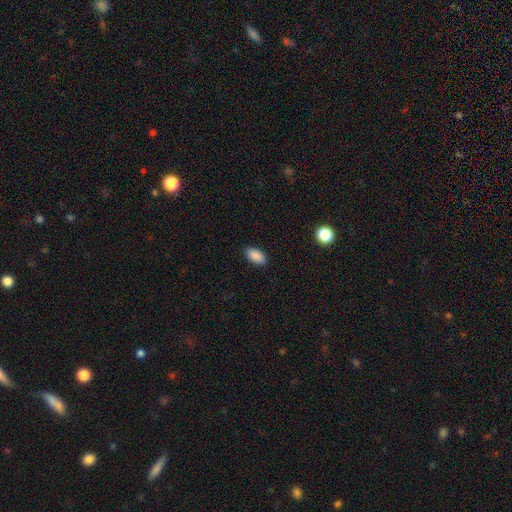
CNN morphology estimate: Smooth or featured? Predicted: smooth (p=0.89). How rounded? Predicted: in between (p=0.93). Merging? Predicted: none (p=0.87).